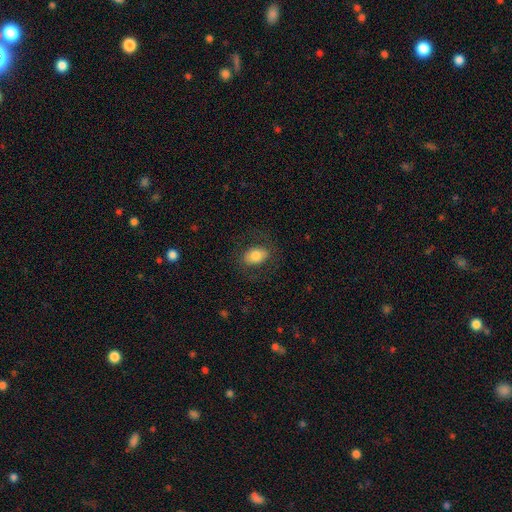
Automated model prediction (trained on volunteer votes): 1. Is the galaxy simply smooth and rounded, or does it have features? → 76% smooth, 16% featured or disk, 8% star or artifact.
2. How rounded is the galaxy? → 81% in between, 17% round, 1% cigar-shaped.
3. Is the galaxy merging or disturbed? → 79% none, 12% minor disturbance, 8% major disturbance, 1% merger.